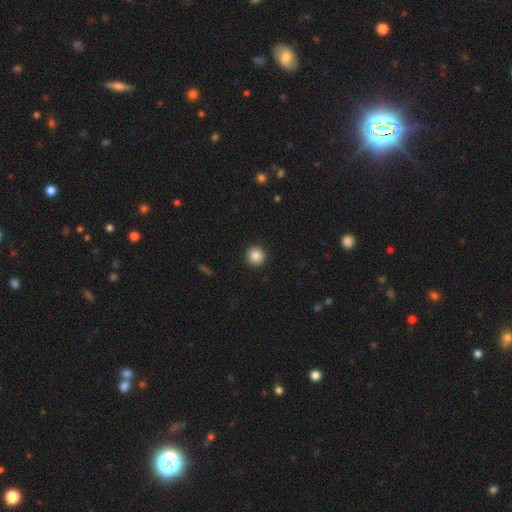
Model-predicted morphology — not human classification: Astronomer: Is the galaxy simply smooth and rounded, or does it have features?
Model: smooth — 88%.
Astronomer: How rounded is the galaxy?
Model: round — 95%.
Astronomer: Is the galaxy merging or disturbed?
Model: none — 93%.